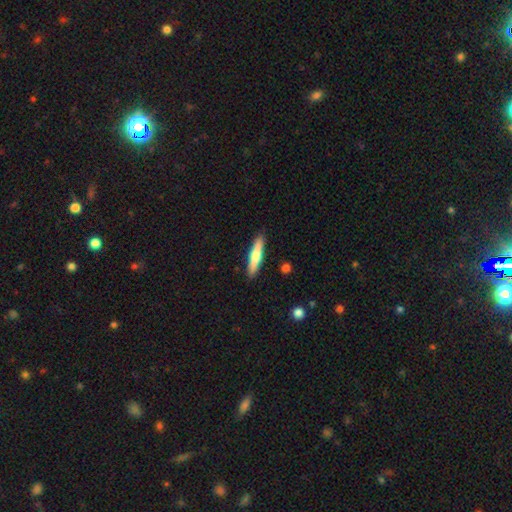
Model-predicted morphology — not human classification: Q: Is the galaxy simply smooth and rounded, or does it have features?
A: smooth — 62%.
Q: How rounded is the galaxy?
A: cigar-shaped — 86%.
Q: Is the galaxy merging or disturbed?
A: none — 90%.